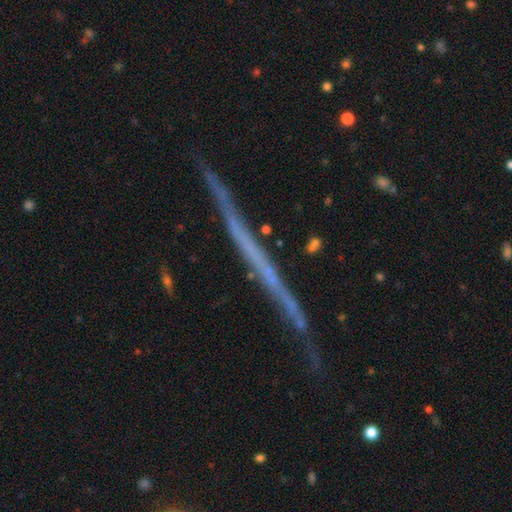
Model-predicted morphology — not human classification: Smooth or featured? Predicted: featured or disk (p=0.66). Edge-on disk? Predicted: yes (p=0.96). Edge-on bulge? Predicted: none (p=0.92). Merging? Predicted: none (p=0.85).